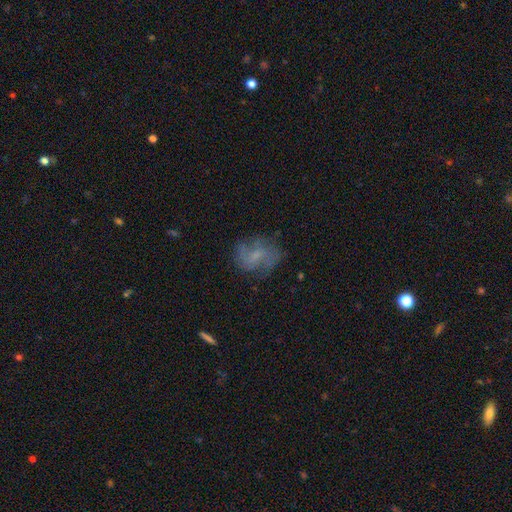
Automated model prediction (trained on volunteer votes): Smooth or featured?
  - featured or disk: 51% *
  - smooth: 38%
  - star or artifact: 11%
Edge-on disk?
  - no: 96% *
  - yes: 4%
Merging?
  - none: 62% *
  - minor disturbance: 22%
  - major disturbance: 14%
  - merger: 2%